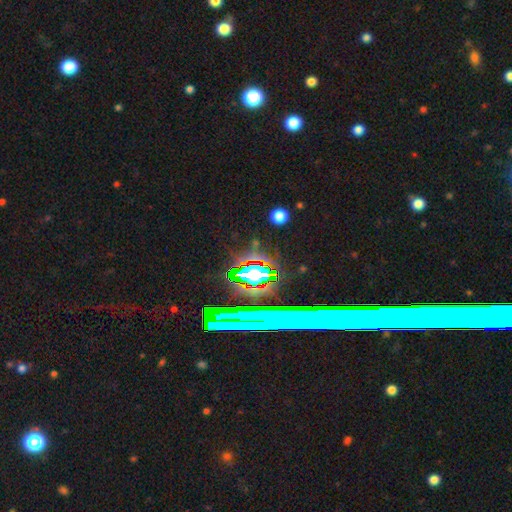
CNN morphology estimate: Smooth or featured: star or artifact — 72% (featured or disk — 16%)